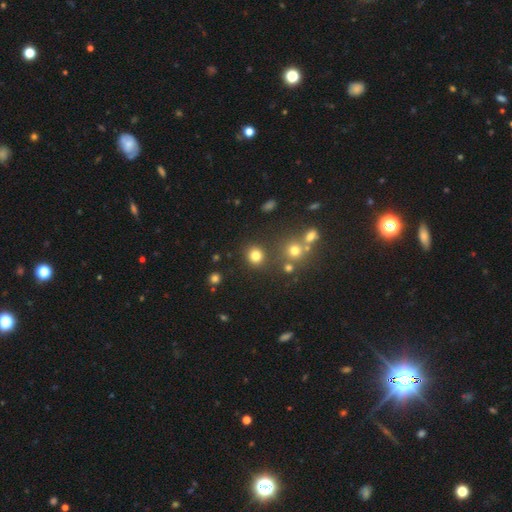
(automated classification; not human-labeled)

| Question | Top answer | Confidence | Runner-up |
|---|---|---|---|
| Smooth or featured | smooth | 79% | star or artifact (16%) |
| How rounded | round | 85% | in between (14%) |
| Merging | none | 83% | minor disturbance (8%) |